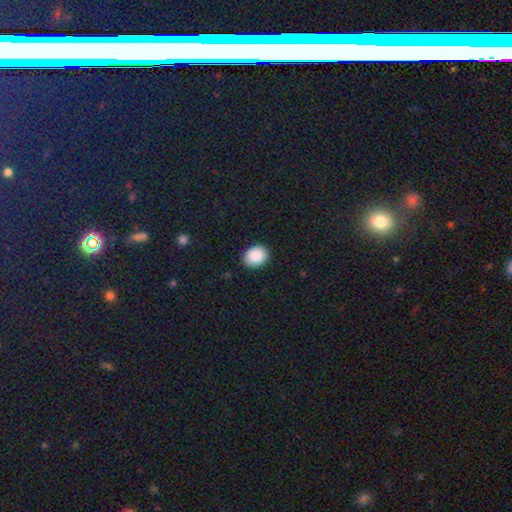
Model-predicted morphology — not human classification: smooth-or-featured: smooth: 89% | star or artifact: 8% | featured or disk: 3%
  how-rounded: in between: 56% | round: 43% | cigar-shaped: 1%
  merging: none: 87% | minor disturbance: 10% | major disturbance: 2% | merger: 1%